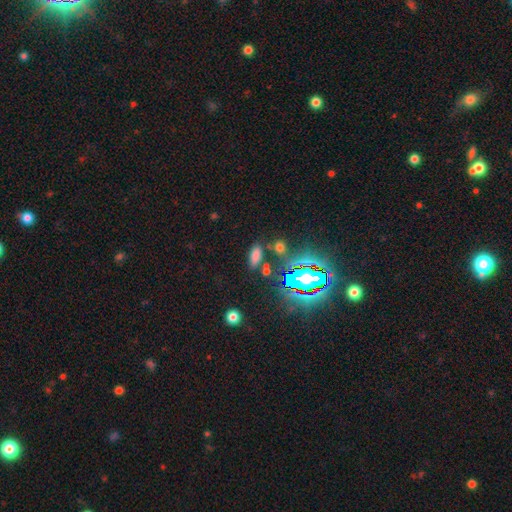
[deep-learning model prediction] Smooth or featured? smooth (67%)
How rounded? in between (79%)
Merging? none (78%)